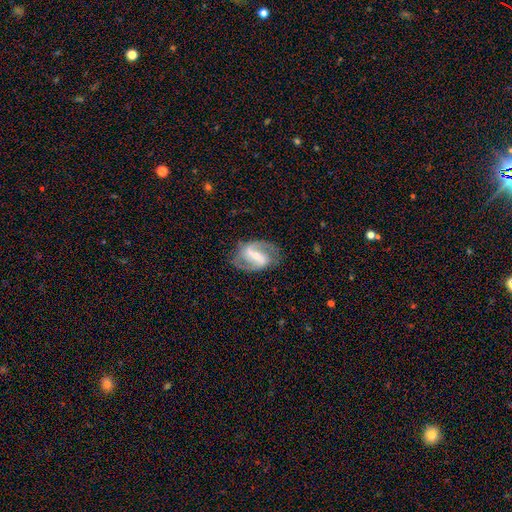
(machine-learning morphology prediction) Smooth or featured? Predicted: featured or disk (p=0.86). Edge-on disk? Predicted: no (p=0.96). Bar? Predicted: strong (p=0.59). Spiral arms? Predicted: yes (p=0.93). Spiral winding? Predicted: medium (p=0.49). Spiral arm count? Predicted: 2 (p=0.89). Bulge size? Predicted: small (p=0.55). Merging? Predicted: none (p=0.75).